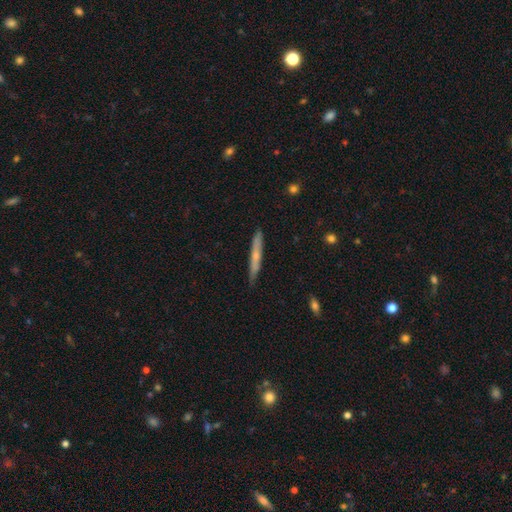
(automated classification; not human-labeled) Smooth or featured? Predicted: smooth (p=0.49). Merging? Predicted: none (p=0.87).